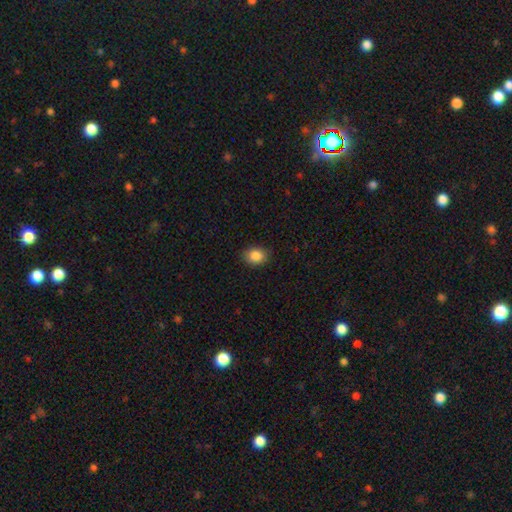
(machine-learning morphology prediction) smooth 87%, star or artifact 9%, featured or disk 5%. Down the decision tree: how rounded — in between (55%); merging — none (87%).